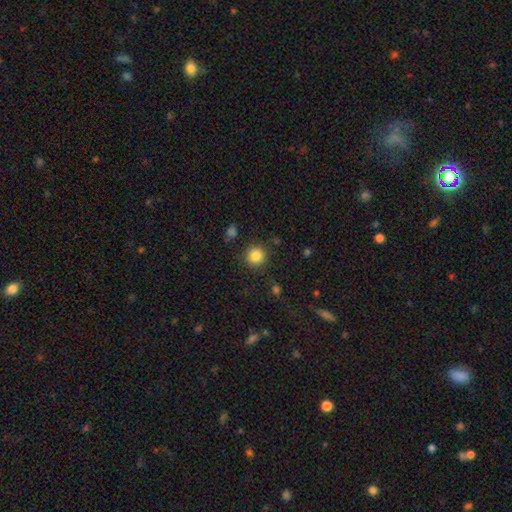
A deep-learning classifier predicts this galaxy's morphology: Smooth or featured: smooth — 85% (star or artifact — 11%)
How rounded: round — 92% (in between — 7%)
Merging: none — 88% (minor disturbance — 7%)